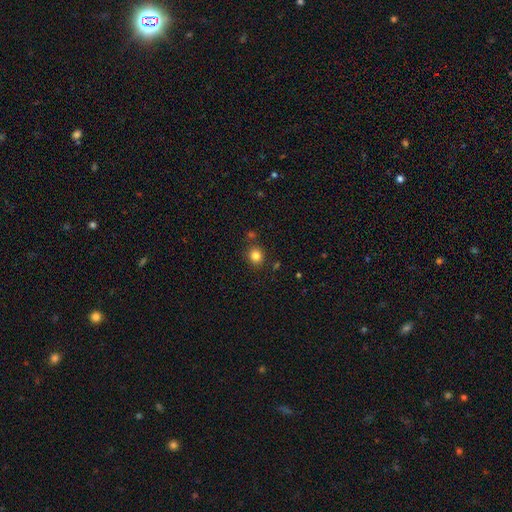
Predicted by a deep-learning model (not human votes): This is clearly a smooth galaxy (82%). How rounded: clearly round (86%). Merging: clearly none (84%).